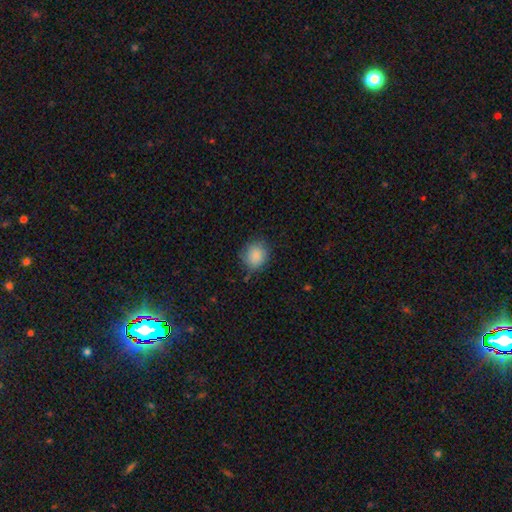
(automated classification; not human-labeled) Smooth or featured: smooth — 87% (star or artifact — 8%)
How rounded: round — 75% (in between — 24%)
Merging: none — 78% (minor disturbance — 17%)